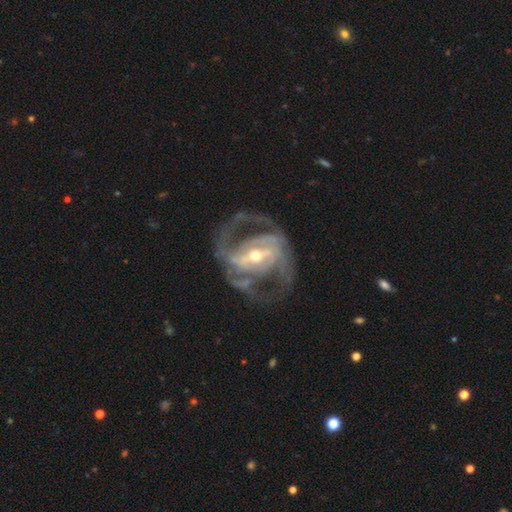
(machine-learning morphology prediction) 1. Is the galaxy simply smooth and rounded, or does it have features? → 91% featured or disk, 5% star or artifact, 4% smooth.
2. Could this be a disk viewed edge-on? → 96% no, 4% yes.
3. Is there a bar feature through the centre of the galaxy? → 60% strong, 28% weak, 12% no.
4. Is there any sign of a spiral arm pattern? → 94% yes, 6% no.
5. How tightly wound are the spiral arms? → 54% medium, 27% tight, 20% loose.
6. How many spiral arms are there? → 67% 2, 13% 3, 10% can't tell, 4% 4, 3% 1, 3% more than 4.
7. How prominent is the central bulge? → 49% moderate, 47% small, 3% large, 1% none, 1% dominant.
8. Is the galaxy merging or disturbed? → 61% none, 21% major disturbance, 15% minor disturbance, 2% merger.